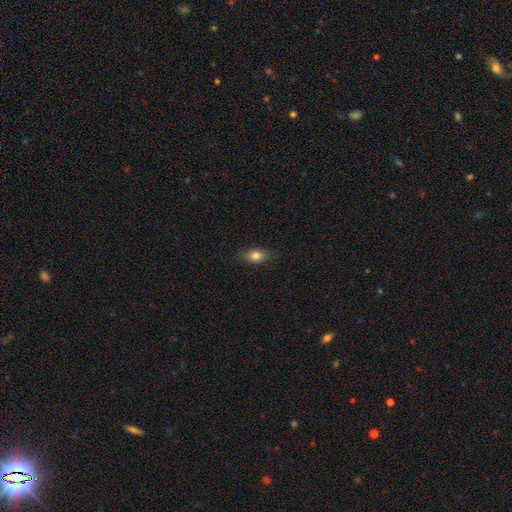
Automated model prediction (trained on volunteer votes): smooth_or_featured: smooth (p=0.79) [alt: featured or disk p=0.12]
how_rounded: in between (p=0.79) [alt: round p=0.14]
merging: none (p=0.83) [alt: minor disturbance p=0.13]